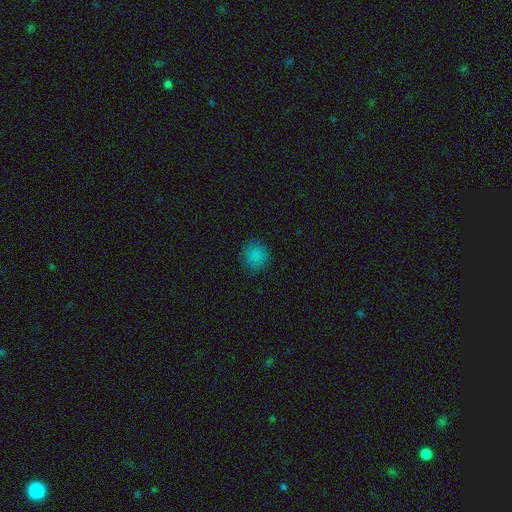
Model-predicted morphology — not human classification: Smooth or featured? smooth (83%)
How rounded? round (85%)
Merging? none (83%)